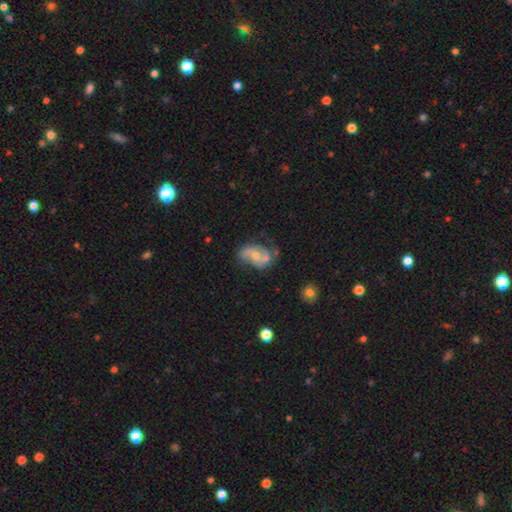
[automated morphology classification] smooth_or_featured: featured or disk (p=0.69) [alt: smooth p=0.24]
disk_edge_on: no (p=0.97) [alt: yes p=0.03]
bar: no (p=0.62) [alt: weak p=0.30]
has_spiral_arms: yes (p=0.83) [alt: no p=0.17]
spiral_winding: medium (p=0.42) [alt: loose p=0.40]
spiral_arm_count: 2 (p=0.81) [alt: can't tell p=0.09]
bulge_size: moderate (p=0.63) [alt: small p=0.30]
merging: none (p=0.47) [alt: minor disturbance p=0.27]